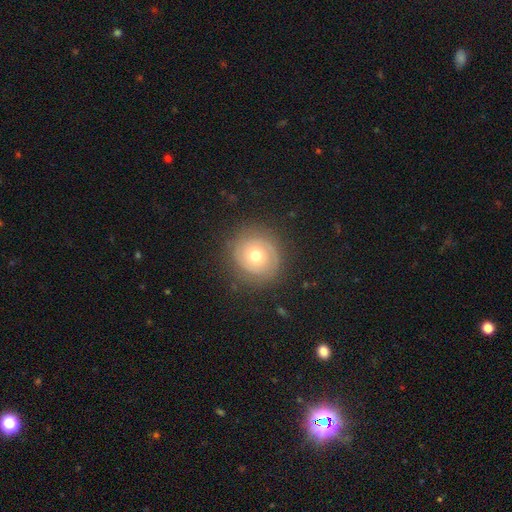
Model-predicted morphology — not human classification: smooth-or-featured: featured or disk: 56% | smooth: 35% | star or artifact: 9%
  disk-edge-on: no: 97% | yes: 3%
    bar: no: 84% | weak: 13% | strong: 3%
    has-spiral-arms: yes: 73% | no: 27%
    bulge-size: moderate: 70% | small: 21% | large: 6% | dominant: 1% | none: 1%
  merging: none: 81% | minor disturbance: 13% | major disturbance: 5% | merger: 1%